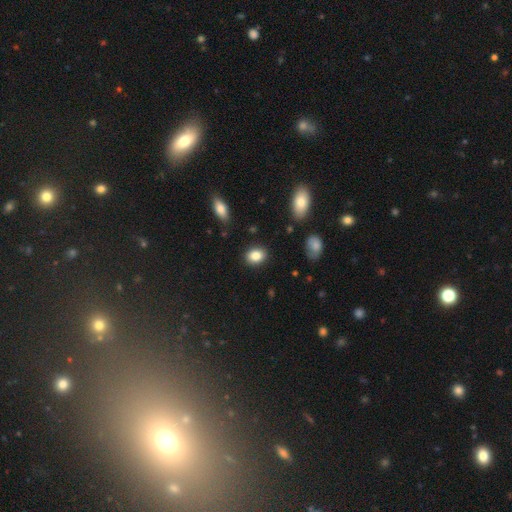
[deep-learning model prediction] Smooth or featured? smooth (85%)
How rounded? in between (60%)
Merging? none (88%)